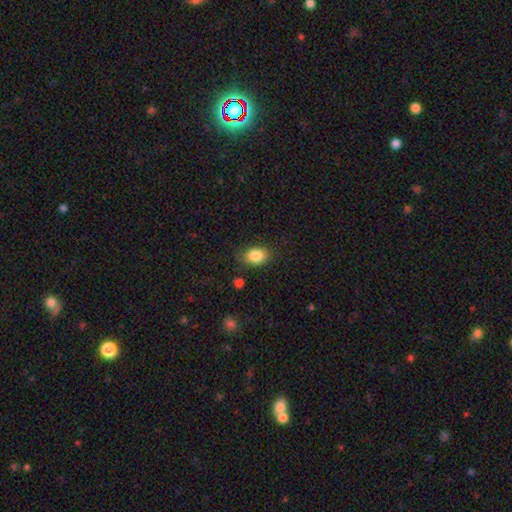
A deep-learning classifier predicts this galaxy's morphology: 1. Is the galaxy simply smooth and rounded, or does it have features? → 86% smooth, 8% star or artifact, 6% featured or disk.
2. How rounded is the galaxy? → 78% in between, 20% round, 1% cigar-shaped.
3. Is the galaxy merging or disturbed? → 80% none, 15% minor disturbance, 4% major disturbance, 2% merger.